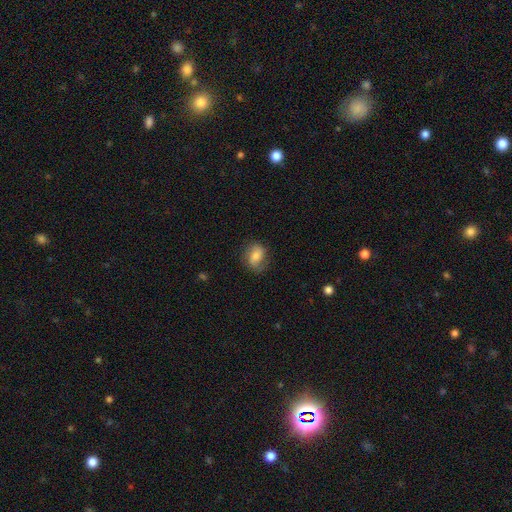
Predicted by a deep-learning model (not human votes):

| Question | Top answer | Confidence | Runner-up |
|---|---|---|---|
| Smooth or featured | smooth | 60% | featured or disk (32%) |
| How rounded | in between | 62% | round (37%) |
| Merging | none | 70% | minor disturbance (21%) |